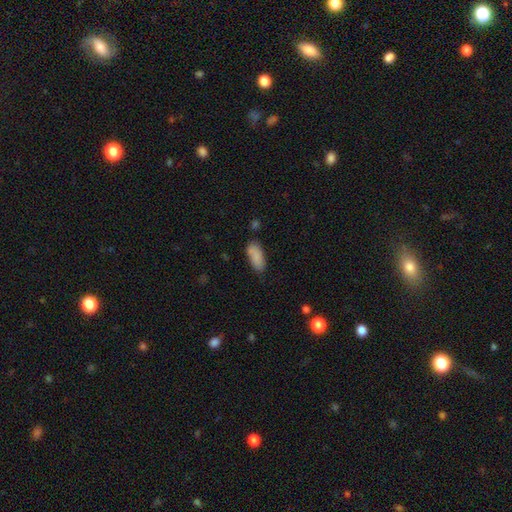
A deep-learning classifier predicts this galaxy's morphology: Q: Smooth or featured?
A: smooth (87%); runner-up: star or artifact (7%)
Q: How rounded?
A: in between (83%); runner-up: cigar-shaped (15%)
Q: Merging?
A: none (75%); runner-up: minor disturbance (18%)